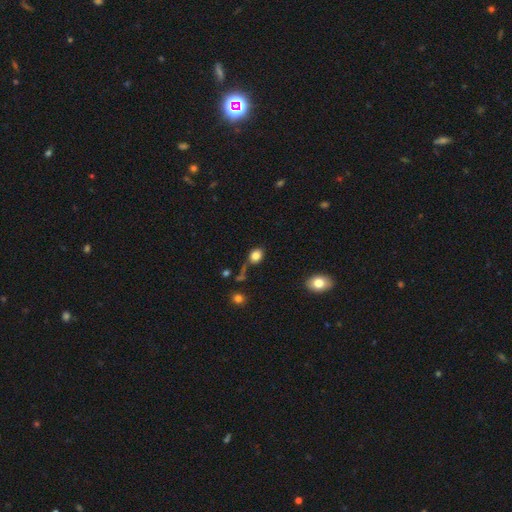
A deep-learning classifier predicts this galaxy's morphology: The model was most divided on "how rounded": in between: 55%, round: 44%, cigar-shaped: 1%. More confident: smooth or featured — smooth (82%); merging — none (66%).